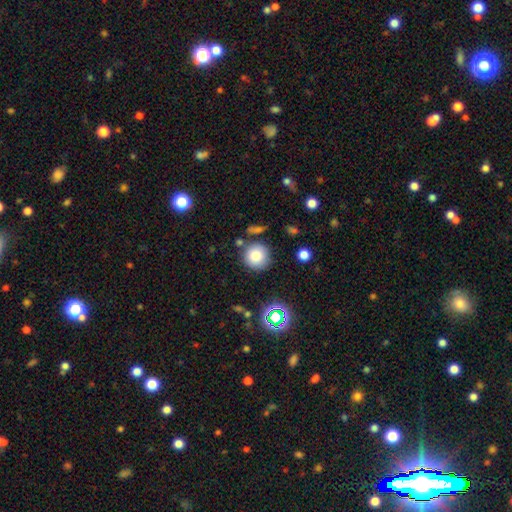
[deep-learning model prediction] This appears to be a smooth galaxy with no disk features (80%) that is round (94%). Merging: none (80%).